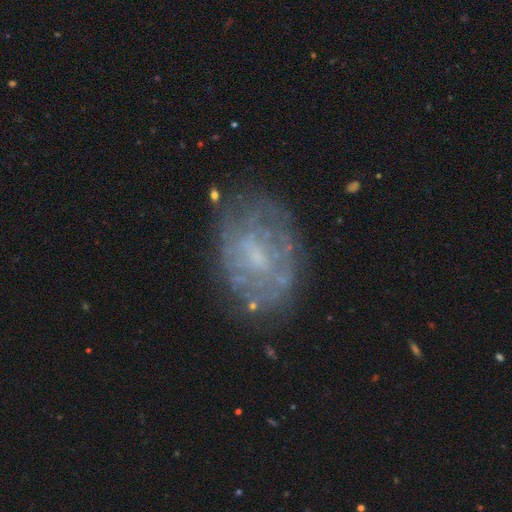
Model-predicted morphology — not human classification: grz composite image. It shows a featured or disk galaxy (69%) with no bar (54%), no spiral arms (50%, tied with yes) and a small central bulge (52%). Merging: none (68%).